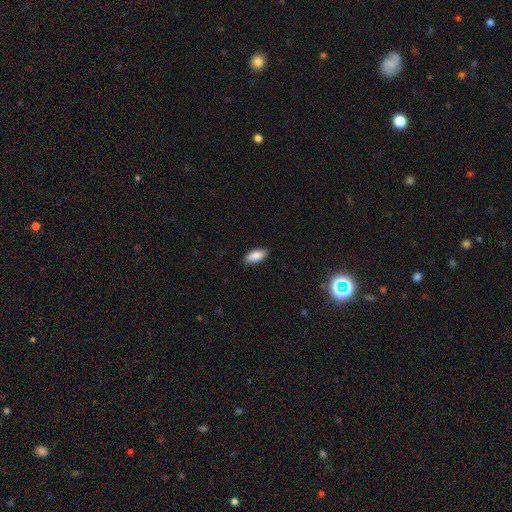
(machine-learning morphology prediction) A smooth galaxy with no disk features (88%) that is in between round and cigar-shaped (90%). Merging: none (88%).